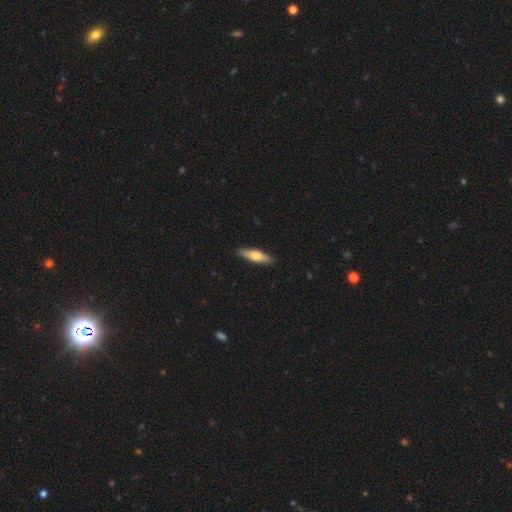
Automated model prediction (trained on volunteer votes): This is possibly a smooth galaxy (55%). How rounded: likely cigar-shaped (64%). Merging: clearly none (91%).